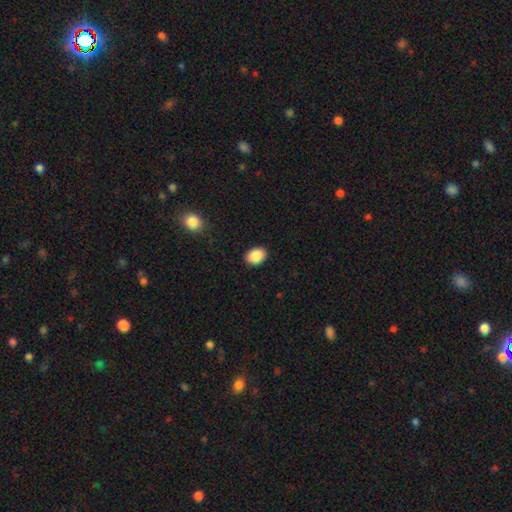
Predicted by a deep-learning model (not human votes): Morphology: type=smooth (88%); roundness=in between (66%); merging=none (90%).